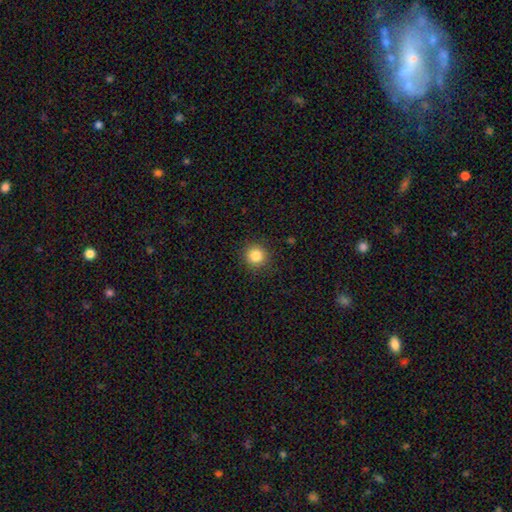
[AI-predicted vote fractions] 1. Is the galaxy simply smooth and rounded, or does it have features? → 84% smooth, 11% star or artifact, 5% featured or disk.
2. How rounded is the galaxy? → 94% round, 5% in between, 1% cigar-shaped.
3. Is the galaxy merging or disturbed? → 91% none, 6% minor disturbance, 2% major disturbance, 1% merger.